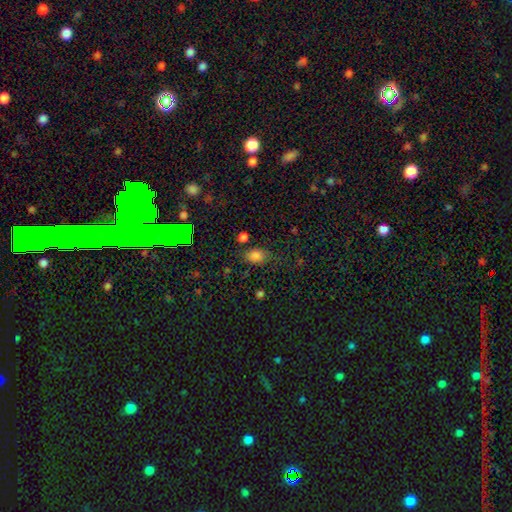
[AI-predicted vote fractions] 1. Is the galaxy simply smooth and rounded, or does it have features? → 80% smooth, 14% star or artifact, 6% featured or disk.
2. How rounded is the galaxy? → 74% in between, 24% round, 2% cigar-shaped.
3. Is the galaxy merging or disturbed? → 67% none, 21% minor disturbance, 7% major disturbance, 5% merger.